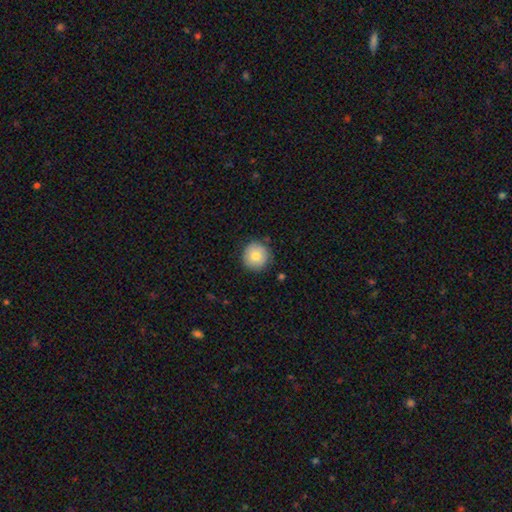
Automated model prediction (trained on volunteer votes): Morphology: type=smooth (79%); roundness=round (95%); merging=none (86%).